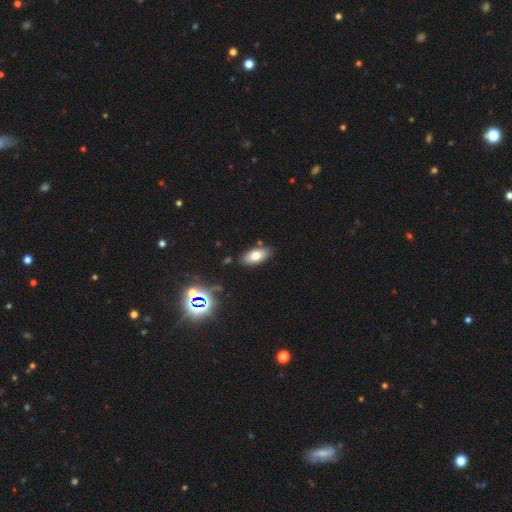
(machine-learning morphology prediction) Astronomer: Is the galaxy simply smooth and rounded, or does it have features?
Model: smooth — 72%.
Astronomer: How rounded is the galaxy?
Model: in between — 90%.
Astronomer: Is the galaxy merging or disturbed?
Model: none — 82%.